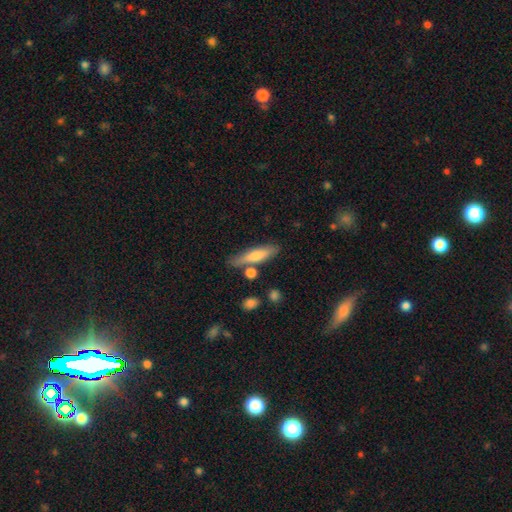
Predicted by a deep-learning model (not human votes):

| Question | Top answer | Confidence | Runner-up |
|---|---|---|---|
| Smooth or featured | smooth | 64% | featured or disk (29%) |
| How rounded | cigar-shaped | 79% | in between (19%) |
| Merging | none | 75% | minor disturbance (14%) |